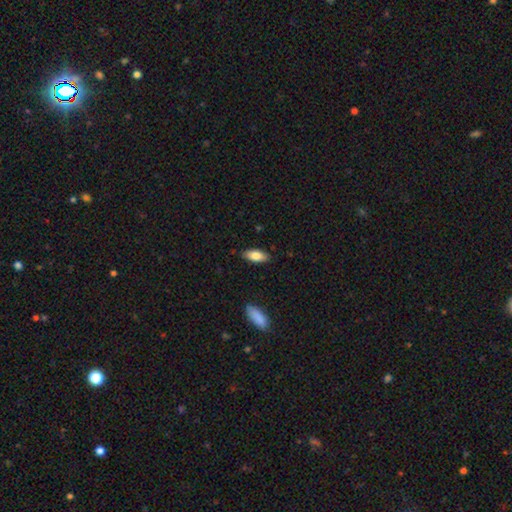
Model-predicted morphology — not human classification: Smooth or featured? Predicted: smooth (p=0.80). How rounded? Predicted: in between (p=0.83). Merging? Predicted: none (p=0.86).